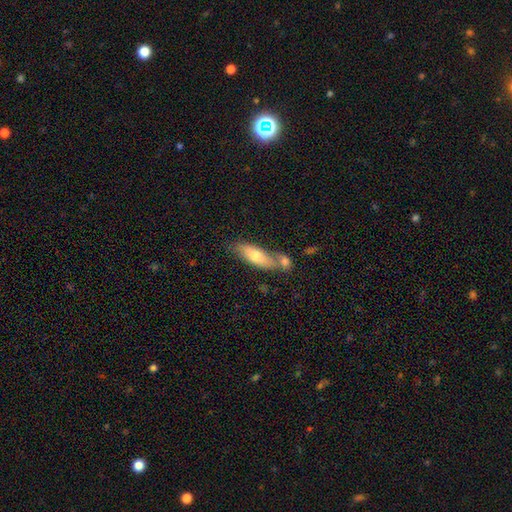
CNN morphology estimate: Smooth or featured?
  - smooth: 67% *
  - featured or disk: 27%
  - star or artifact: 6%
How rounded?
  - in between: 60% *
  - cigar-shaped: 38%
  - round: 3%
Merging?
  - none: 49% *
  - merger: 32%
  - minor disturbance: 15%
  - major disturbance: 4%